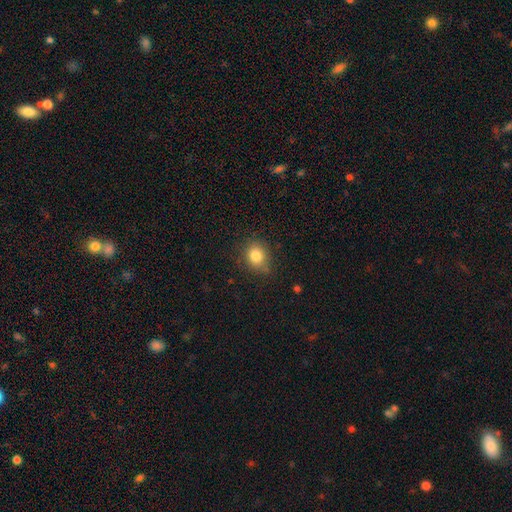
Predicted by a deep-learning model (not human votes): Smooth or featured?
  - smooth: 82% *
  - star or artifact: 11%
  - featured or disk: 7%
How rounded?
  - round: 71% *
  - in between: 28%
  - cigar-shaped: 1%
Merging?
  - none: 79% *
  - minor disturbance: 15%
  - major disturbance: 4%
  - merger: 2%